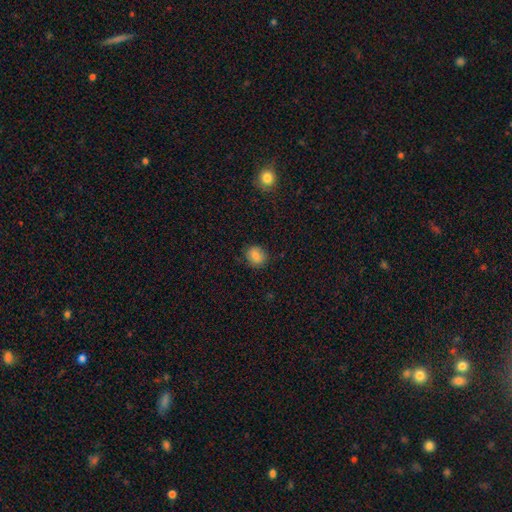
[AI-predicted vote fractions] The model was most divided on "how rounded": round: 68%, in between: 31%, cigar-shaped: 1%. More confident: merging — none (85%); smooth or featured — smooth (84%).